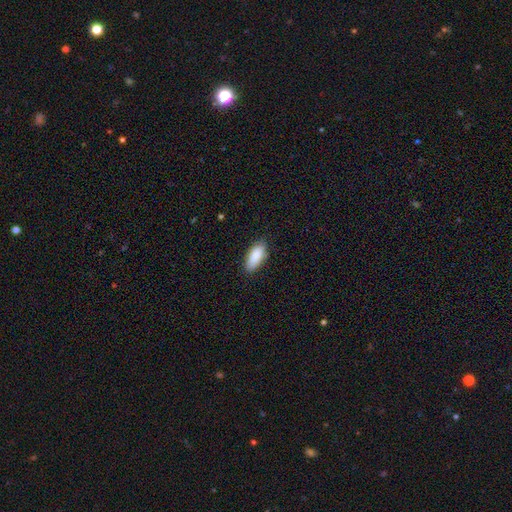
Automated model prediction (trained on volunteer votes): Overall: smooth (88%). How rounded: in between (84%). Merging: none (82%).